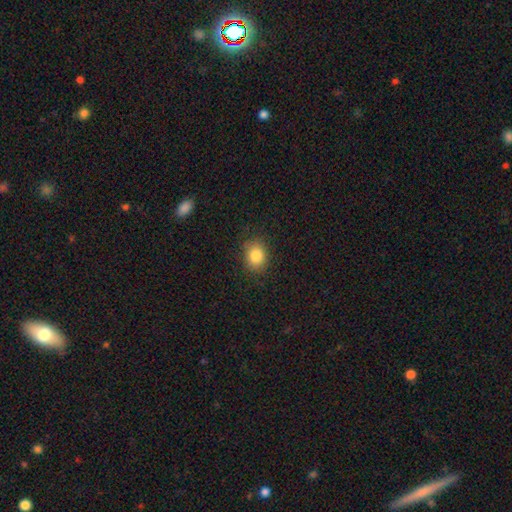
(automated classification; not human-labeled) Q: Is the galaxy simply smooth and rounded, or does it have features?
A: smooth — 83%.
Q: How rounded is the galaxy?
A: round — 58%.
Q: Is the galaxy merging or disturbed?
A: none — 84%.